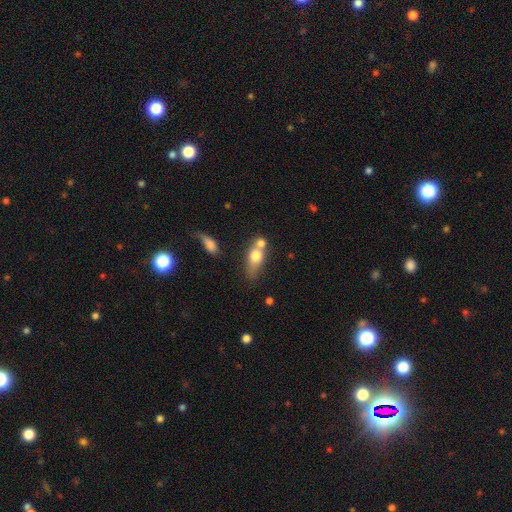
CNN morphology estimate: A smooth galaxy with no disk features (67%) that is in between round and cigar-shaped (62%).

Vote fractions:
- Smooth or featured? smooth: 67% / featured or disk: 25% / star or artifact: 9%
- How rounded? in between: 62% / round: 21% / cigar-shaped: 17%
- Merging? merger: 44% / none: 34% / minor disturbance: 14% / major disturbance: 8%